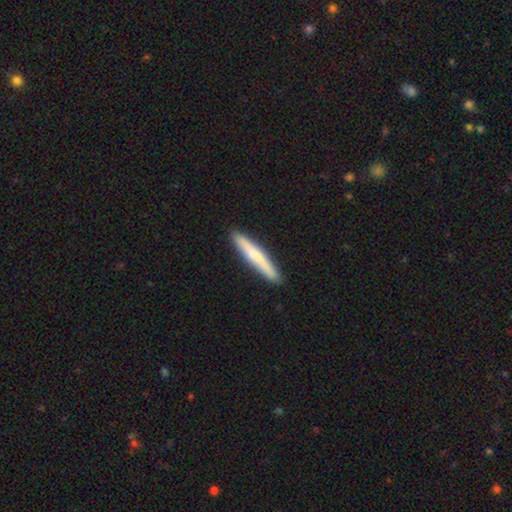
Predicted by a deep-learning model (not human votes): Smooth or featured?
  - smooth: 65% *
  - featured or disk: 30%
  - star or artifact: 5%
How rounded?
  - cigar-shaped: 95% *
  - in between: 4%
  - round: 1%
Merging?
  - none: 91% *
  - minor disturbance: 6%
  - major disturbance: 1%
  - merger: 1%